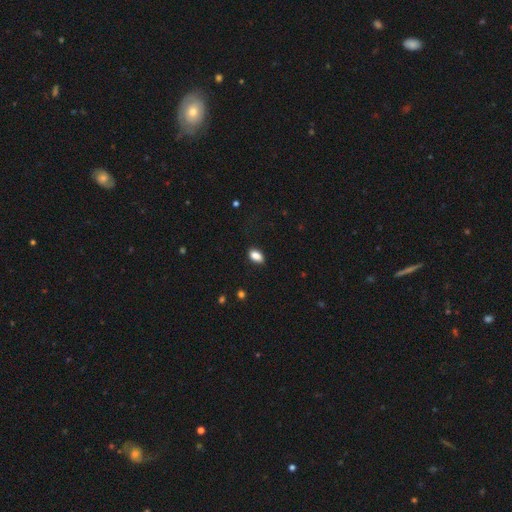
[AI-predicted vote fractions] Morphology: type=smooth (87%); roundness=in between (90%); merging=none (83%).